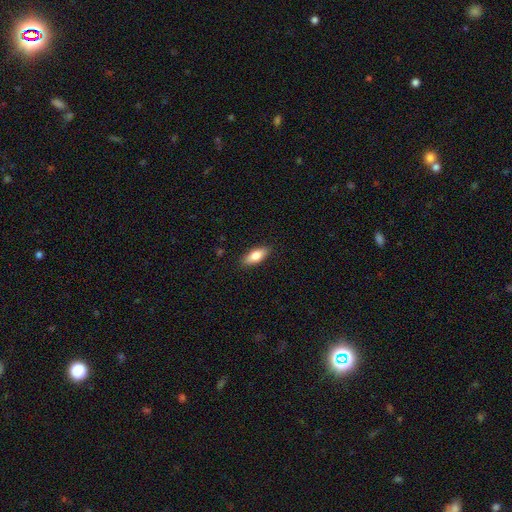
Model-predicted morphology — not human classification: Smooth or featured? smooth (76%)
How rounded? in between (75%)
Merging? none (88%)